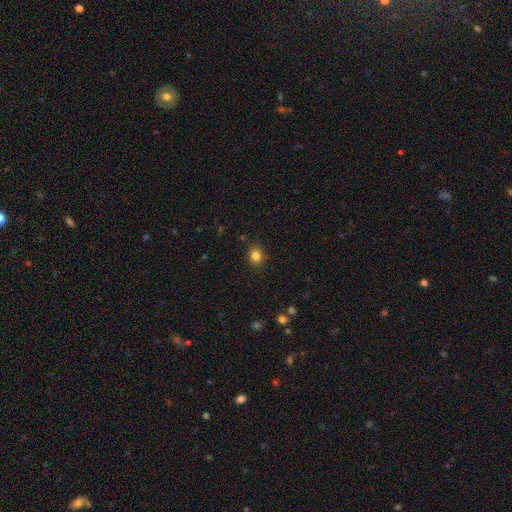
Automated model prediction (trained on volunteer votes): Smooth or featured?
  - smooth: 83% *
  - star or artifact: 11%
  - featured or disk: 5%
How rounded?
  - round: 63% *
  - in between: 36%
  - cigar-shaped: 1%
Merging?
  - none: 86% *
  - minor disturbance: 10%
  - major disturbance: 2%
  - merger: 1%